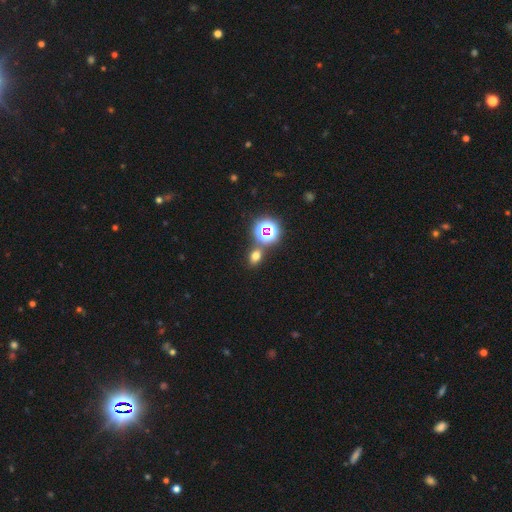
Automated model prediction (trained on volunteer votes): The model was most divided on "how rounded": in between: 59%, round: 39%, cigar-shaped: 2%. More confident: merging — none (76%); smooth or featured — smooth (63%).